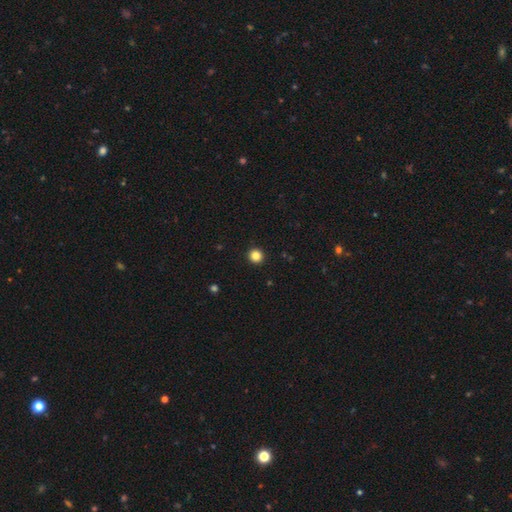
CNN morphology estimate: A smooth galaxy with no disk features (84%) that is round (96%).

Vote fractions:
- Smooth or featured? smooth: 84% / star or artifact: 12% / featured or disk: 4%
- How rounded? round: 96% / in between: 4% / cigar-shaped: 1%
- Merging? none: 94% / minor disturbance: 4% / major disturbance: 1% / merger: 1%